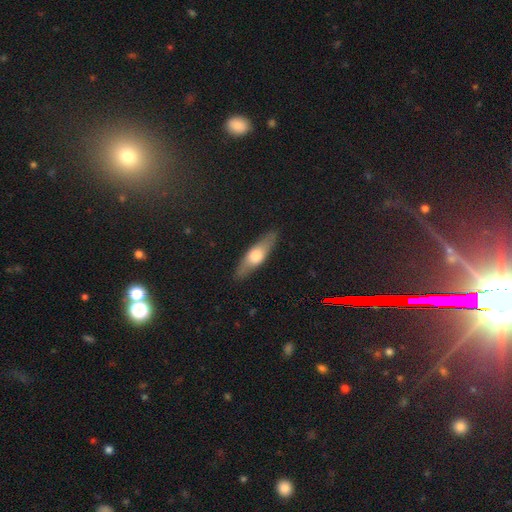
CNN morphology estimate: A smooth galaxy with no disk features (49%). Merging: none (87%).